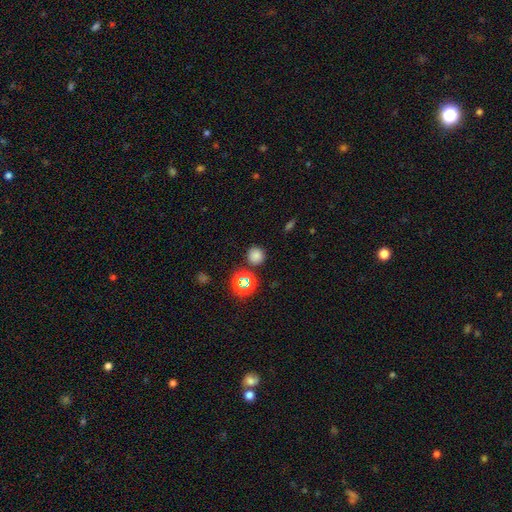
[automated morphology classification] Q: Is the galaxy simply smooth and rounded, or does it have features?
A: smooth — 75%.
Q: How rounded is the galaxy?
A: round — 90%.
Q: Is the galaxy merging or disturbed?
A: none — 85%.